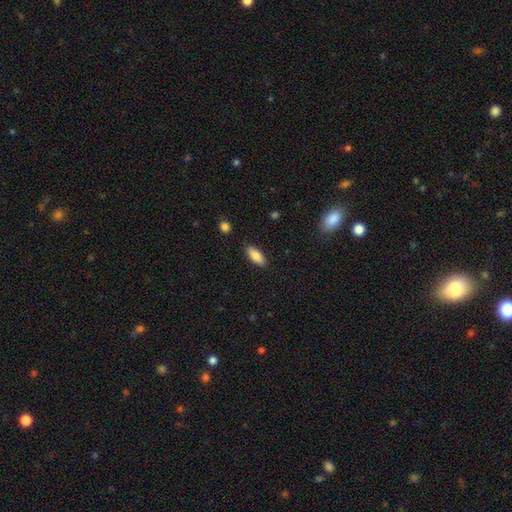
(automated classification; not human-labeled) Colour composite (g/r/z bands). It shows a smooth galaxy with no disk features (84%) that is in between round and cigar-shaped (79%). Merging: none (86%).